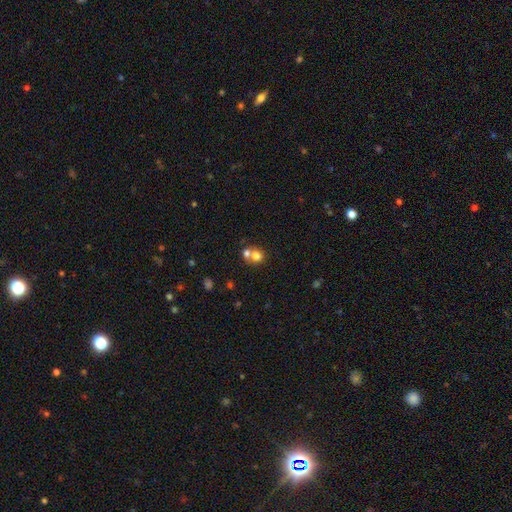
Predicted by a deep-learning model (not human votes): Q: Smooth or featured?
A: smooth (72%); runner-up: featured or disk (16%)
Q: How rounded?
A: round (77%); runner-up: in between (23%)
Q: Merging?
A: merger (56%); runner-up: none (35%)